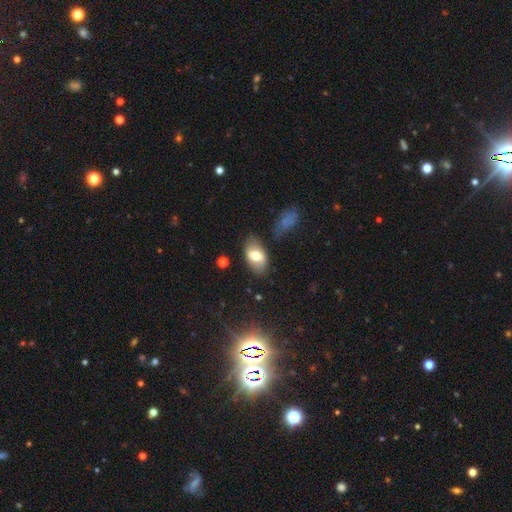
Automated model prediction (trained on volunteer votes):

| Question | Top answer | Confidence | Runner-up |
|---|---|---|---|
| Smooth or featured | smooth | 62% | featured or disk (30%) |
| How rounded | in between | 91% | round (7%) |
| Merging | none | 78% | minor disturbance (14%) |